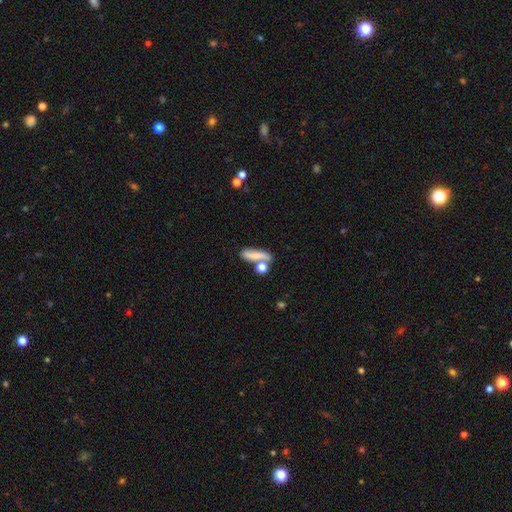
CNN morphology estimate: The model was most divided on "how rounded": cigar-shaped: 45%, in between: 44%, round: 11%. Remaining: smooth or featured — smooth (66%); merging — none (49%).